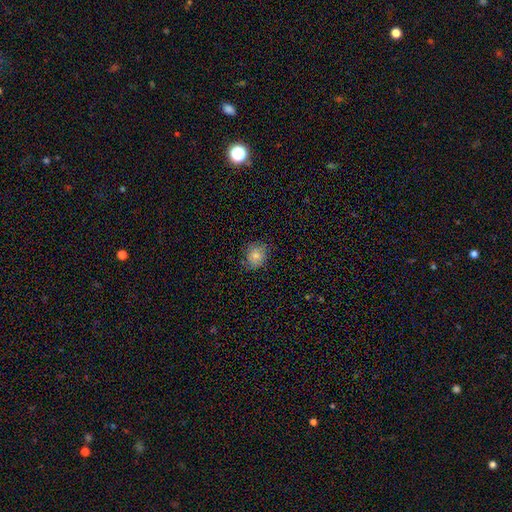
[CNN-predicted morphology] Smooth or featured?
  - smooth: 68% *
  - star or artifact: 17%
  - featured or disk: 15%
How rounded?
  - round: 72% *
  - in between: 27%
  - cigar-shaped: 1%
Merging?
  - none: 79% *
  - minor disturbance: 16%
  - major disturbance: 4%
  - merger: 1%